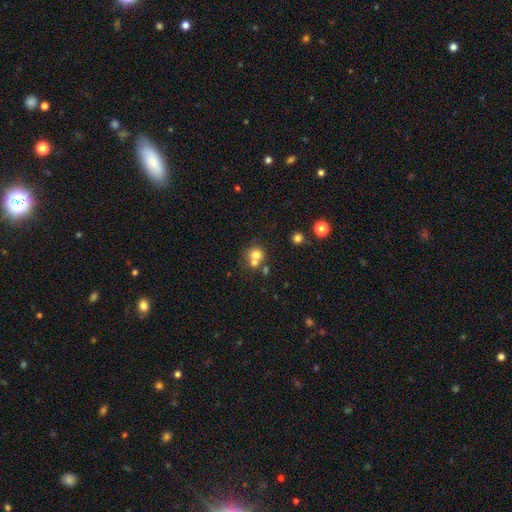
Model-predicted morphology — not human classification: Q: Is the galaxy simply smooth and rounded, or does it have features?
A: smooth — 70%.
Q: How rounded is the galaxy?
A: round — 79%.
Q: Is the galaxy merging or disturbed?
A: merger — 48%.